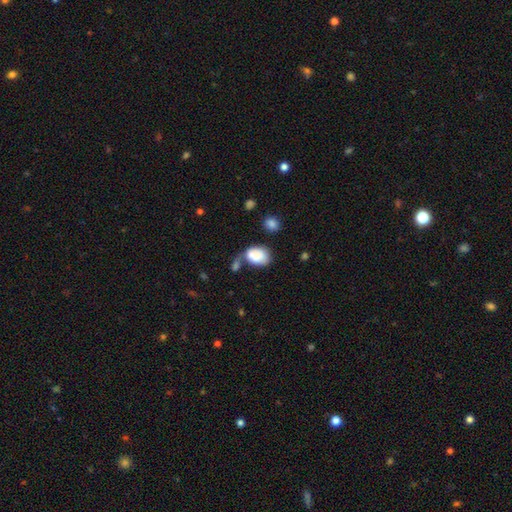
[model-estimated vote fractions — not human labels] Smooth or featured?
  - smooth: 81% *
  - featured or disk: 12%
  - star or artifact: 7%
How rounded?
  - in between: 78% *
  - round: 21%
  - cigar-shaped: 1%
Merging?
  - merger: 36% *
  - none: 30%
  - minor disturbance: 20%
  - major disturbance: 15%